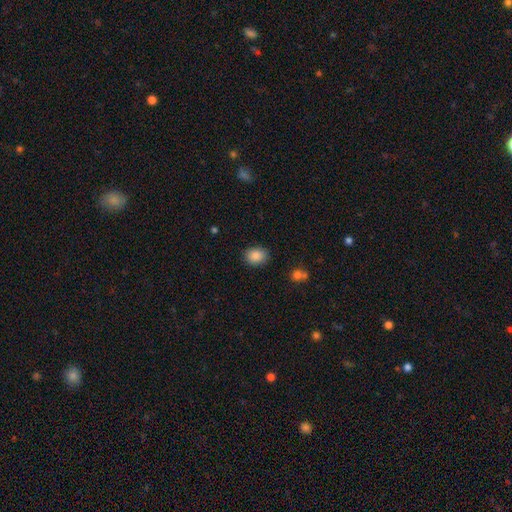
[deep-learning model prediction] A smooth galaxy with no disk features (87%) that is in between round and cigar-shaped (53%).

Vote fractions:
- Smooth or featured? smooth: 87% / star or artifact: 9% / featured or disk: 4%
- How rounded? in between: 53% / round: 46% / cigar-shaped: 1%
- Merging? none: 86% / minor disturbance: 10% / major disturbance: 3% / merger: 2%